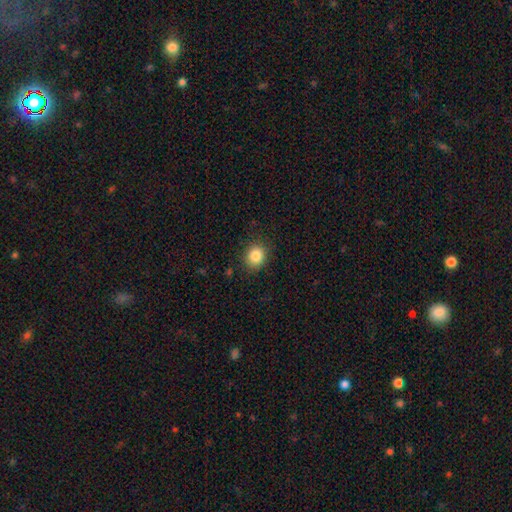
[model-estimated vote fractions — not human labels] Morphology: type=smooth (84%); roundness=round (69%); merging=none (87%).